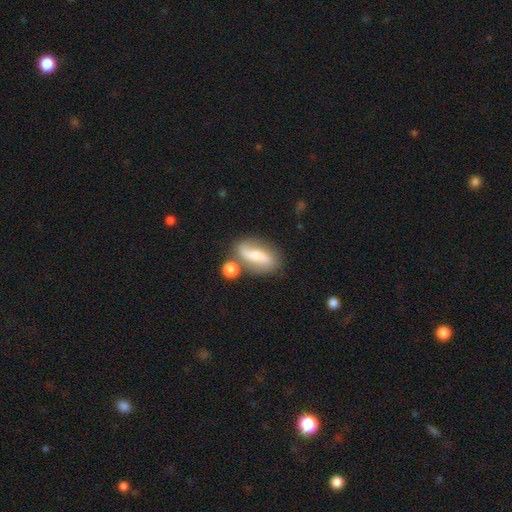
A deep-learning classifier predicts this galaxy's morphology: Smooth or featured? featured or disk (63%)
Edge-on disk? no (90%)
Bar? no (37%)
Spiral arms? yes (87%)
Bulge size? moderate (42%)
Merging? none (62%)